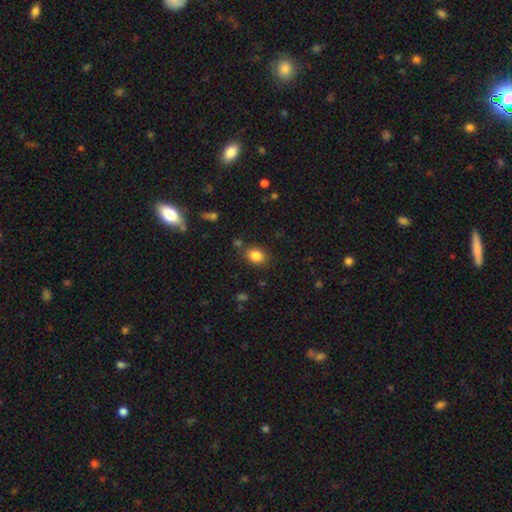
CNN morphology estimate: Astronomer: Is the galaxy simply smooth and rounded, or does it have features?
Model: smooth — 85%.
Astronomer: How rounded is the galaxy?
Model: in between — 62% (runner-up: round, 37%).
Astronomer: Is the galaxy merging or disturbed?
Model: none — 80%.